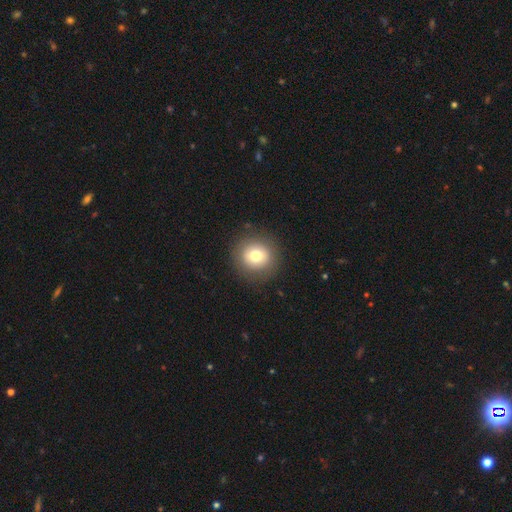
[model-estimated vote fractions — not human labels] smooth 77%, featured or disk 13%, star or artifact 10%. Down the decision tree: how rounded — round (91%); merging — none (88%).